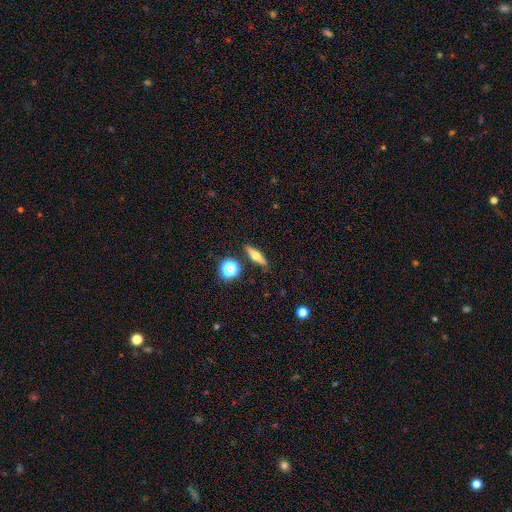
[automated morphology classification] The model was most divided on "smooth or featured": featured or disk: 46%, smooth: 43%, star or artifact: 10%. More confident: merging — none (86%).